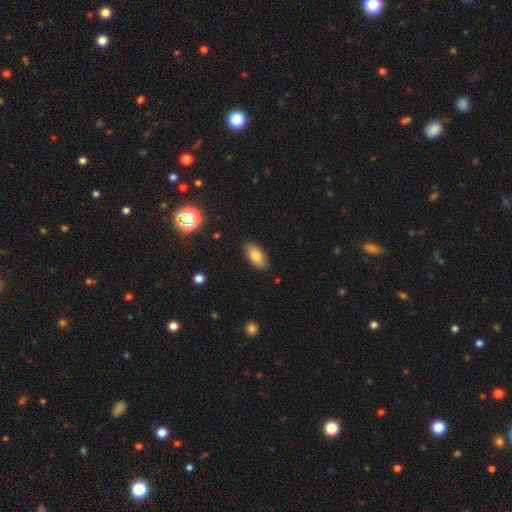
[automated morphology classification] The model was most divided on "smooth or featured": smooth: 80%, featured or disk: 11%, star or artifact: 9%. More confident: how rounded — in between (89%); merging — none (86%).